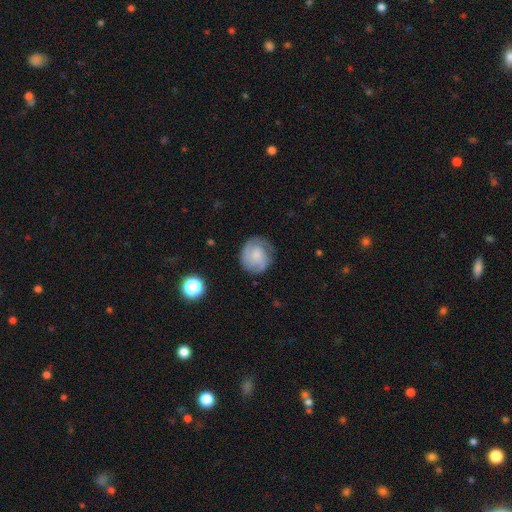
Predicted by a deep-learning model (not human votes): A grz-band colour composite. It shows a featured or disk galaxy (49%). Merging: none (68%).